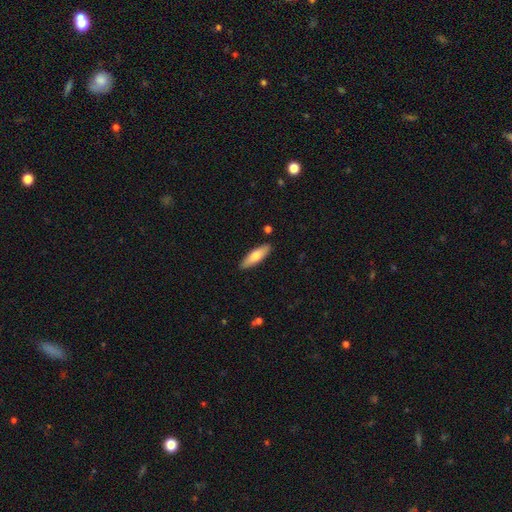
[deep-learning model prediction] A smooth galaxy with no disk features (69%) that is cigar-shaped (53%). Merging: none (87%).